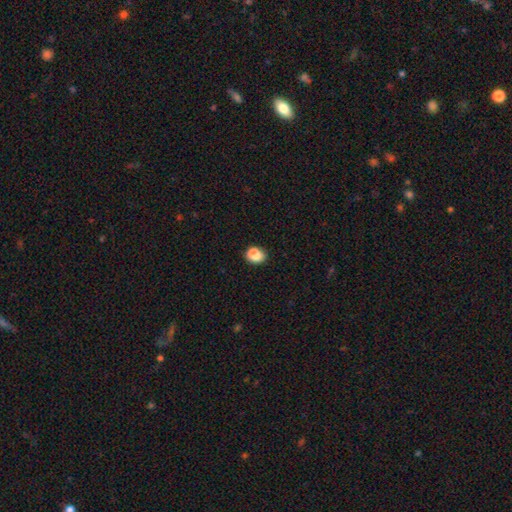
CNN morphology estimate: Overall: smooth (81%). How rounded: in between (54%; round 45%). Merging: none (63%).